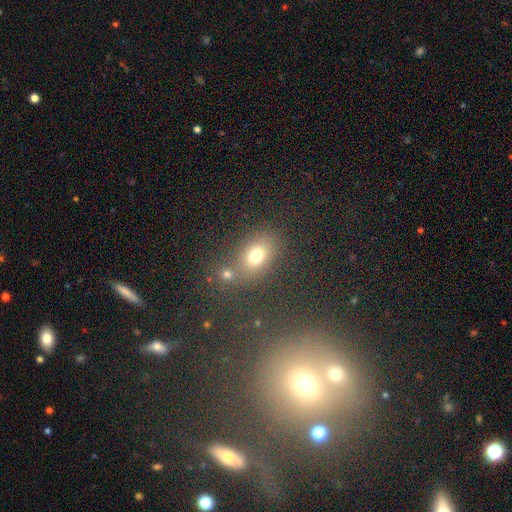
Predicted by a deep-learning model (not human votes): Q: Smooth or featured?
A: smooth (72%); runner-up: star or artifact (18%)
Q: How rounded?
A: in between (59%); runner-up: round (38%)
Q: Merging?
A: none (62%); runner-up: merger (20%)